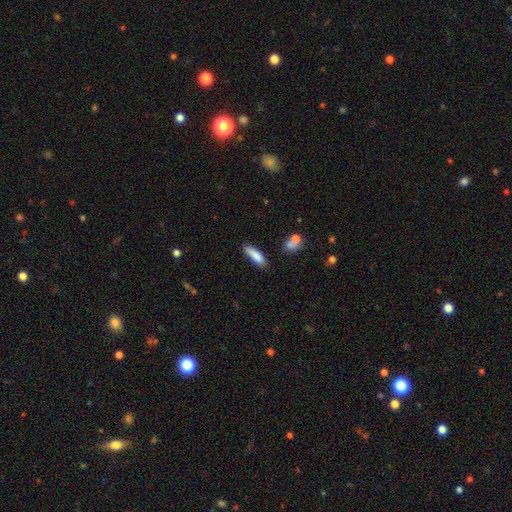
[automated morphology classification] This appears to be a smooth galaxy with no disk features (84%) that is cigar-shaped (61%). Merging: none (74%).